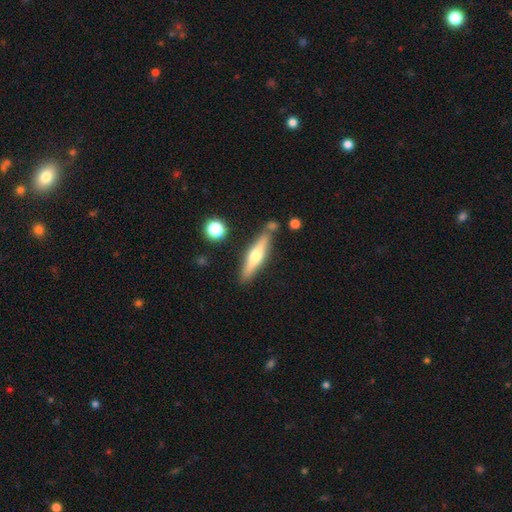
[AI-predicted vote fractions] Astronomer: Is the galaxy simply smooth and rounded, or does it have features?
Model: featured or disk — 54% (runner-up: smooth, 40%).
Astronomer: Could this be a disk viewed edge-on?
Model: yes — 93%.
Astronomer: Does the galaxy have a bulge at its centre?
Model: rounded — 91%.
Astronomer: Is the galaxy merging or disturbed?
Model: none — 80%.